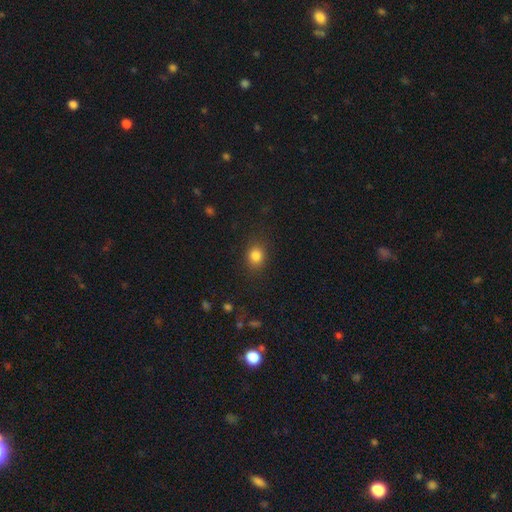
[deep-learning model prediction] Smooth or featured?
  - smooth: 83% *
  - star or artifact: 11%
  - featured or disk: 6%
How rounded?
  - round: 64% *
  - in between: 34%
  - cigar-shaped: 1%
Merging?
  - none: 85% *
  - minor disturbance: 10%
  - major disturbance: 4%
  - merger: 1%